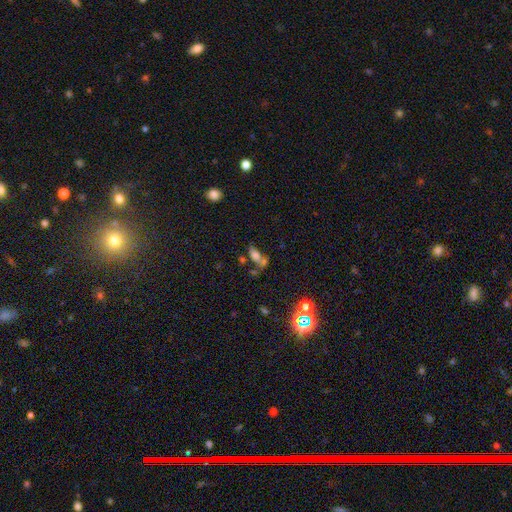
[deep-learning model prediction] This is likely a smooth galaxy (66%). How rounded: clearly in between (82%). Merging: marginally merger (40%).